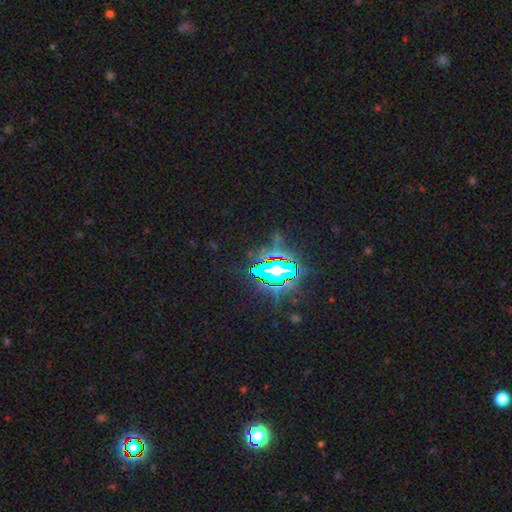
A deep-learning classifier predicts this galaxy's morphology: Smooth or featured? star or artifact (82%)